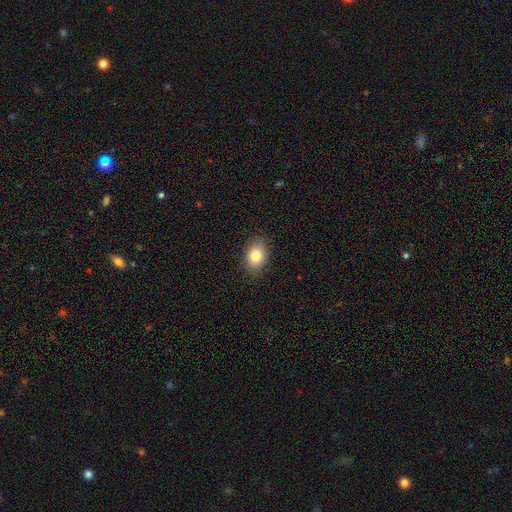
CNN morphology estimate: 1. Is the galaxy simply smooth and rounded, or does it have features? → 81% smooth, 9% featured or disk, 9% star or artifact.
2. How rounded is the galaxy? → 72% in between, 27% round, 1% cigar-shaped.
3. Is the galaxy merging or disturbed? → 86% none, 10% minor disturbance, 2% major disturbance, 1% merger.